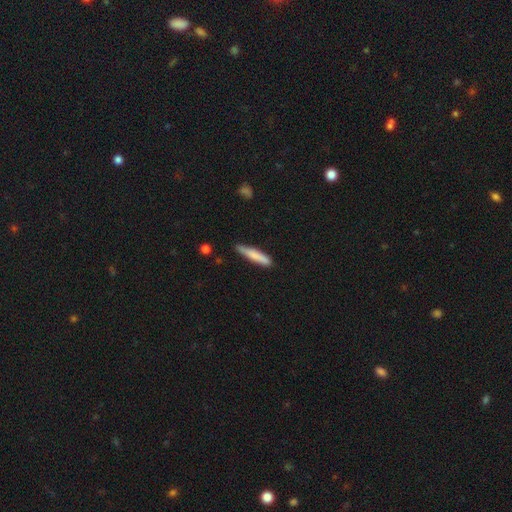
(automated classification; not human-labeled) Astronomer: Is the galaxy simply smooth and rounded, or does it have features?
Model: smooth — 77%.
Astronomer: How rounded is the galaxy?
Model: cigar-shaped — 90%.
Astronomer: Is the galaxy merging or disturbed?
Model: none — 80%.